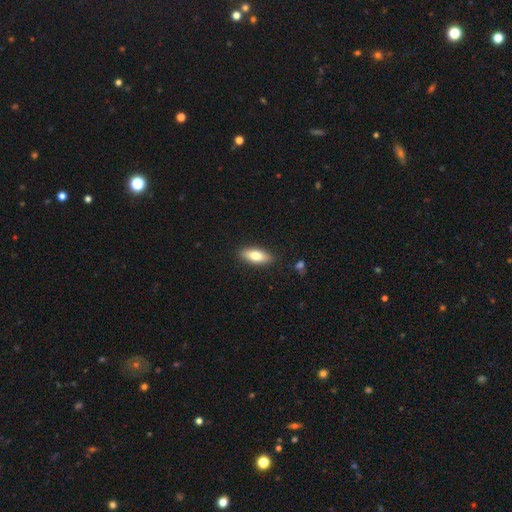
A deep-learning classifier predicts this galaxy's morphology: The model was most divided on "how rounded": in between: 74%, cigar-shaped: 23%, round: 3%. More confident: merging — none (88%); smooth or featured — smooth (73%).